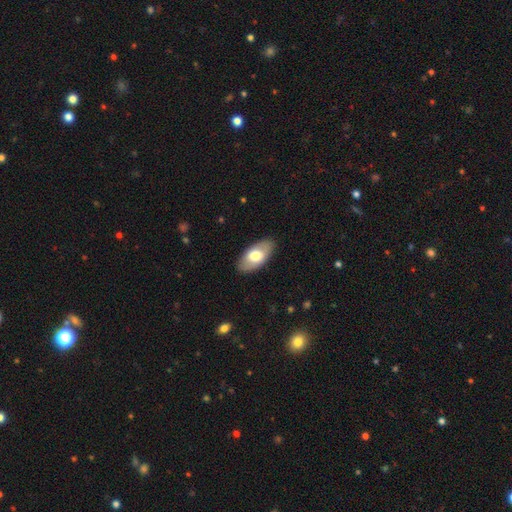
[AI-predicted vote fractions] Smooth or featured? Predicted: smooth (p=0.66). How rounded? Predicted: in between (p=0.94). Merging? Predicted: none (p=0.87).